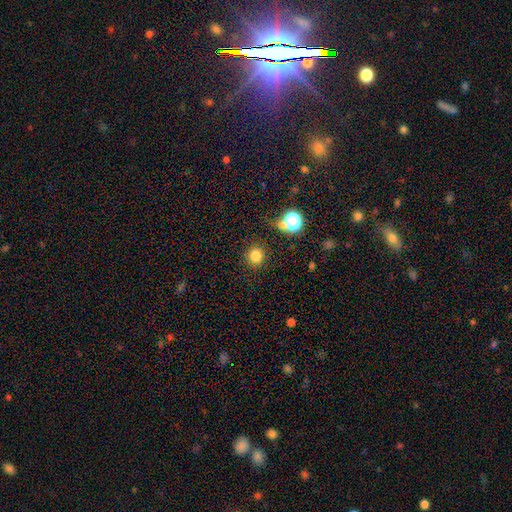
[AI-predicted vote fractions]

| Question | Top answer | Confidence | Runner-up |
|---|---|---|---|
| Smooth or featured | smooth | 79% | star or artifact (16%) |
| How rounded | round | 89% | in between (10%) |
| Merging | none | 85% | minor disturbance (8%) |